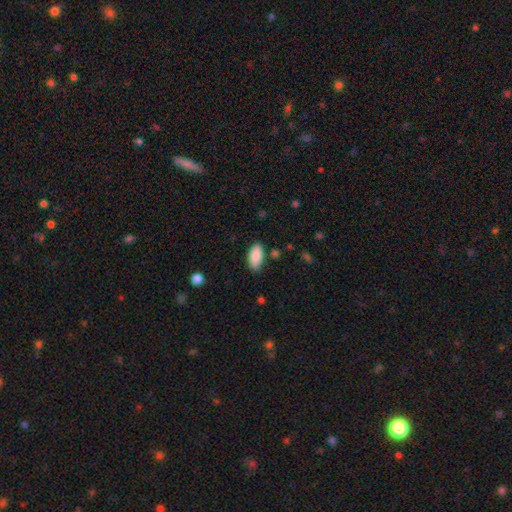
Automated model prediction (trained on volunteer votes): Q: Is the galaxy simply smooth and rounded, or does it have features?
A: smooth — 88%.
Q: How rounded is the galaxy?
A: in between — 93%.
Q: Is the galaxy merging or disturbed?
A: none — 81%.